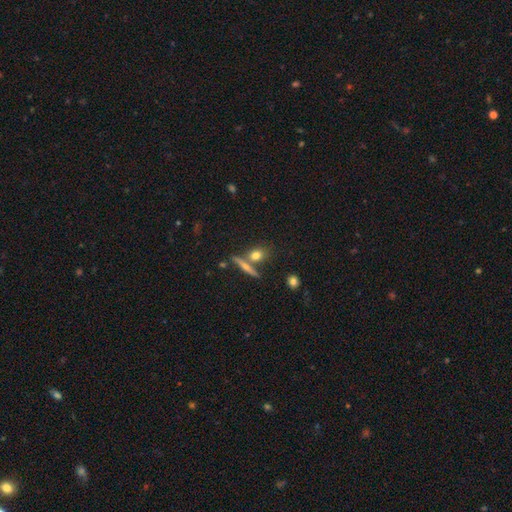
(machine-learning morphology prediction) Smooth or featured? Predicted: smooth (p=0.69). How rounded? Predicted: round (p=0.51). Merging? Predicted: none (p=0.63).